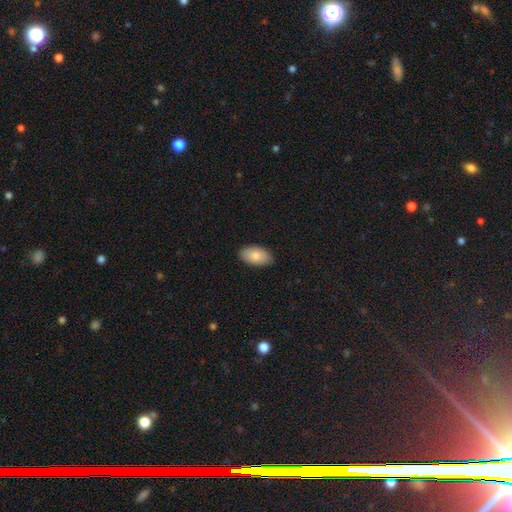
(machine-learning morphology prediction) smooth_or_featured: smooth (p=0.82) [alt: featured or disk p=0.12]
how_rounded: in between (p=0.95) [alt: round p=0.03]
merging: none (p=0.86) [alt: minor disturbance p=0.11]